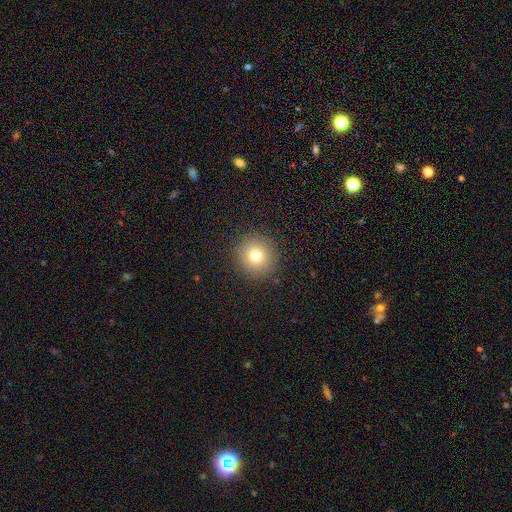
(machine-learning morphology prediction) A smooth galaxy with no disk features (76%) that is round (94%).

Vote fractions:
- Smooth or featured? smooth: 76% / star or artifact: 13% / featured or disk: 11%
- How rounded? round: 94% / in between: 5% / cigar-shaped: 1%
- Merging? none: 90% / minor disturbance: 7% / major disturbance: 3% / merger: 1%